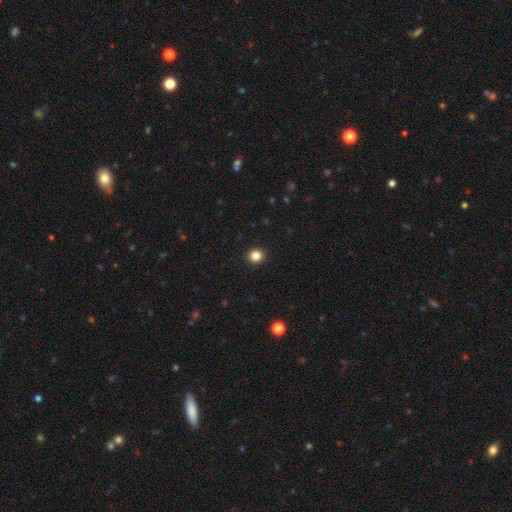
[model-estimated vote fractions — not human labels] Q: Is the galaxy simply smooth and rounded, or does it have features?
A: smooth — 84%.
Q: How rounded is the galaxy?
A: round — 86%.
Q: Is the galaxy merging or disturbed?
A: none — 93%.